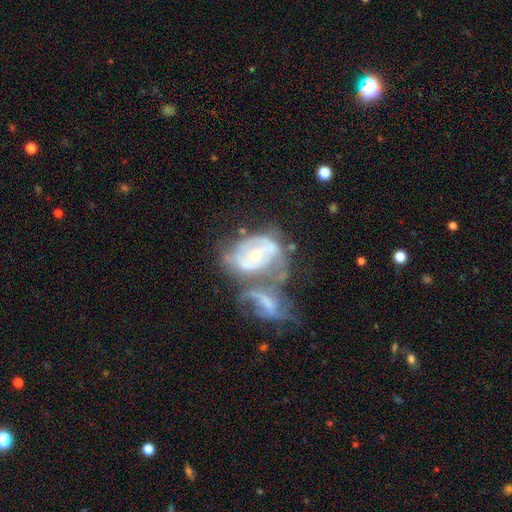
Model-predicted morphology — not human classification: smooth-or-featured: featured or disk: 77% | smooth: 16% | star or artifact: 7%
  disk-edge-on: no: 96% | yes: 4%
    bar: no: 56% | weak: 29% | strong: 15%
    has-spiral-arms: yes: 69% | no: 31%
      spiral-winding: tight: 46% | medium: 34% | loose: 20%
      spiral-arm-count: 2: 41% | can't tell: 38% | 1: 9% | 3: 7% | 4: 3% | more than 4: 2%
    bulge-size: moderate: 51% | small: 44% | large: 2% | none: 2% | dominant: 1%
  merging: merger: 60% | major disturbance: 17% | none: 14% | minor disturbance: 10%